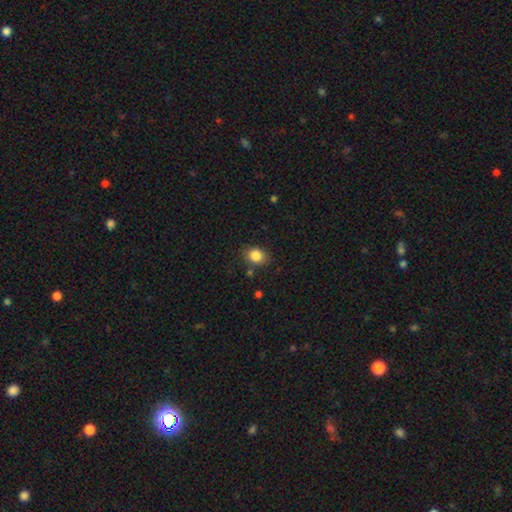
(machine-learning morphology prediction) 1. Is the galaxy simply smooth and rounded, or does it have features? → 85% smooth, 10% star or artifact, 5% featured or disk.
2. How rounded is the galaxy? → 54% round, 46% in between, 1% cigar-shaped.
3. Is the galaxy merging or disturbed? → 79% none, 14% minor disturbance, 4% major disturbance, 3% merger.